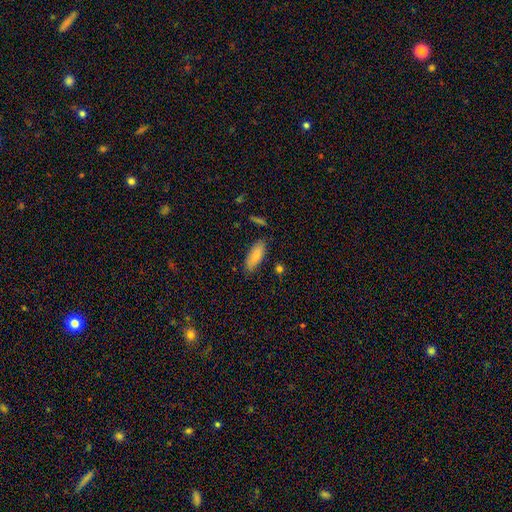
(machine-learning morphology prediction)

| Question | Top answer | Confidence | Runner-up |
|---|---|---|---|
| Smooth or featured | smooth | 82% | featured or disk (11%) |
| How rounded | in between | 78% | cigar-shaped (20%) |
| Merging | none | 78% | minor disturbance (16%) |